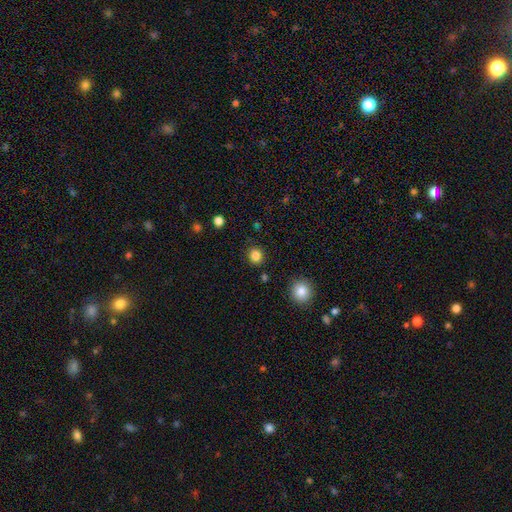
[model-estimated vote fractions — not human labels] The model was most divided on "smooth or featured": smooth: 84%, star or artifact: 12%, featured or disk: 4%. More confident: how rounded — round (91%); merging — none (89%).